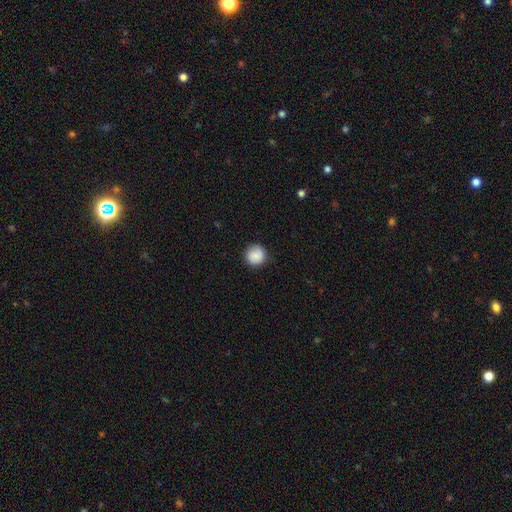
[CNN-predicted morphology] This appears to be a smooth galaxy with no disk features (86%) that is round (94%). Merging: none (85%).